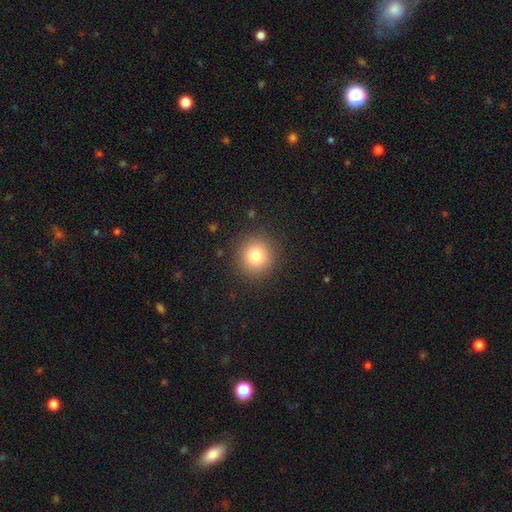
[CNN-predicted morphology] smooth 81%, star or artifact 11%, featured or disk 8%. Down the decision tree: how rounded — round (92%); merging — none (90%).